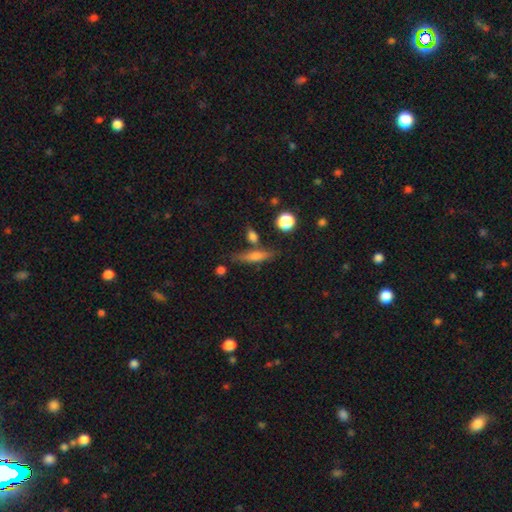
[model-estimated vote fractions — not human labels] Smooth or featured: smooth — 55% (featured or disk — 36%)
How rounded: cigar-shaped — 75% (in between — 20%)
Merging: none — 74% (minor disturbance — 13%)